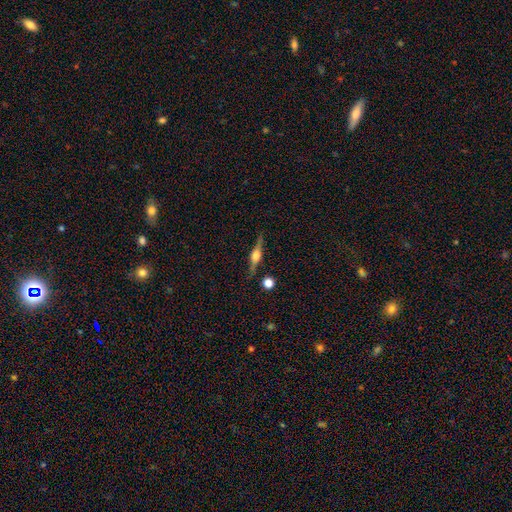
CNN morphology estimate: This appears to be a featured or disk galaxy (77%) viewed edge-on (97%) with a rounded central bulge (88%). Merging: none (84%).